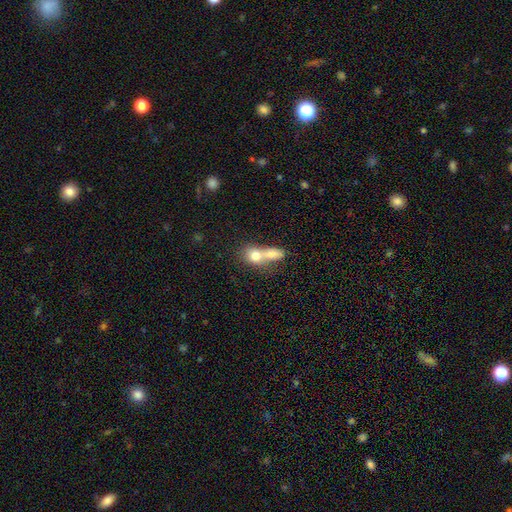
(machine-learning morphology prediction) type=smooth (73%); roundness=round (50%); merging=merger (73%).